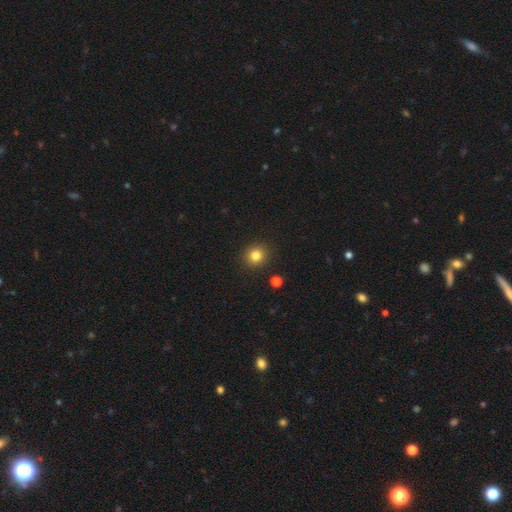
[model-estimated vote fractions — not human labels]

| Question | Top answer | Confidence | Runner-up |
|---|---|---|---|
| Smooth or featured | smooth | 82% | star or artifact (13%) |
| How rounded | round | 87% | in between (12%) |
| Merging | none | 91% | minor disturbance (6%) |